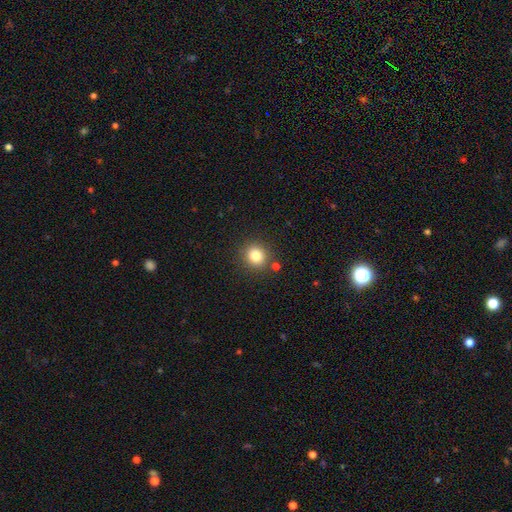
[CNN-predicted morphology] A smooth galaxy with no disk features (82%) that is round (88%). Merging: none (85%).